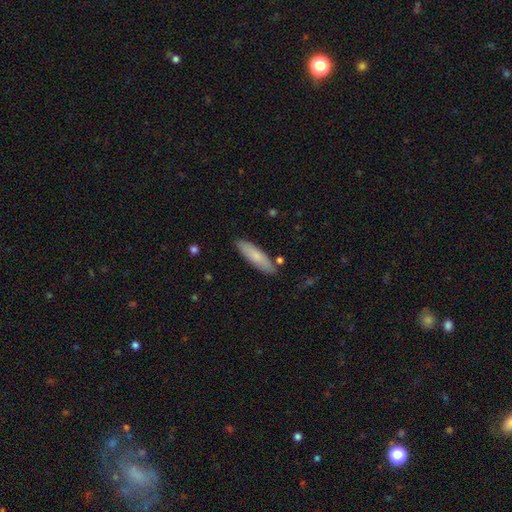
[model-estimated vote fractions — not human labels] This appears to be a smooth galaxy with no disk features (78%) that is cigar-shaped (68%). Merging: none (85%).